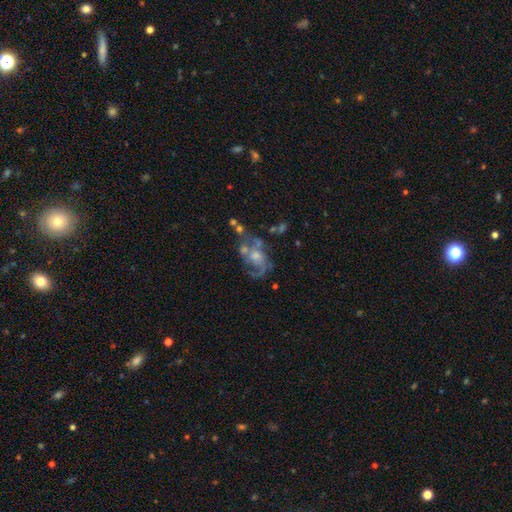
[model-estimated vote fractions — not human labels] Morphology: type=featured or disk (73%); edge-on=no (96%); bar=no (74%); spiral arms=yes (75%); winding=medium (45%); arm count=2 (42%); bulge=moderate (47%); merging=none (38%).